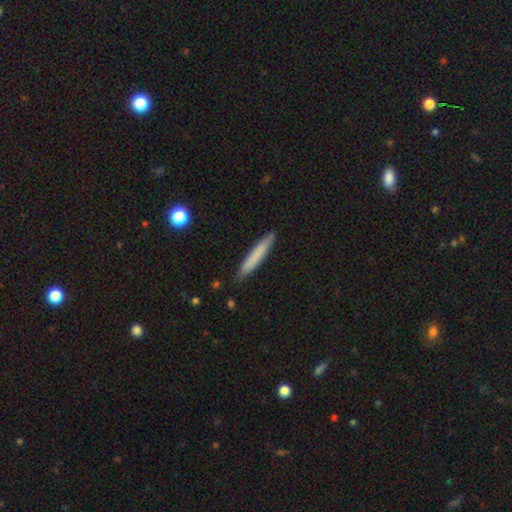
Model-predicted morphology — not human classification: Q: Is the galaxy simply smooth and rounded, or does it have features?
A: smooth — 76%.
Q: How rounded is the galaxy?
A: cigar-shaped — 94%.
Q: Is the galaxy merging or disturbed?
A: none — 87%.